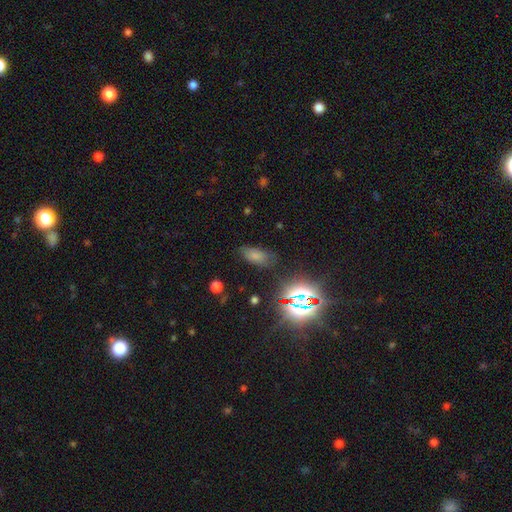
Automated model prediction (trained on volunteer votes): This is likely a smooth galaxy (71%). How rounded: clearly in between (87%). Merging: likely none (73%).